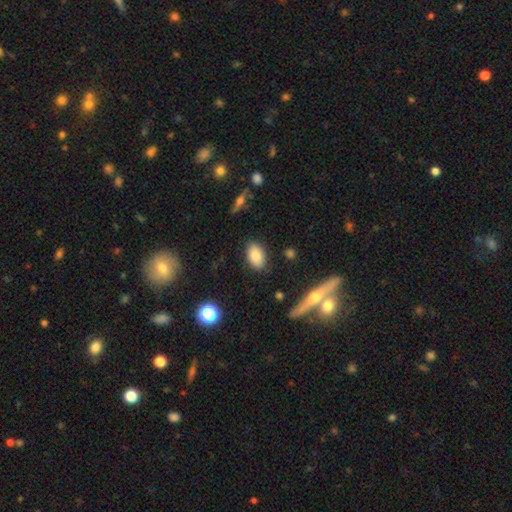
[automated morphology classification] Q: Smooth or featured?
A: smooth (83%); runner-up: featured or disk (9%)
Q: How rounded?
A: in between (92%); runner-up: round (6%)
Q: Merging?
A: none (85%); runner-up: minor disturbance (11%)